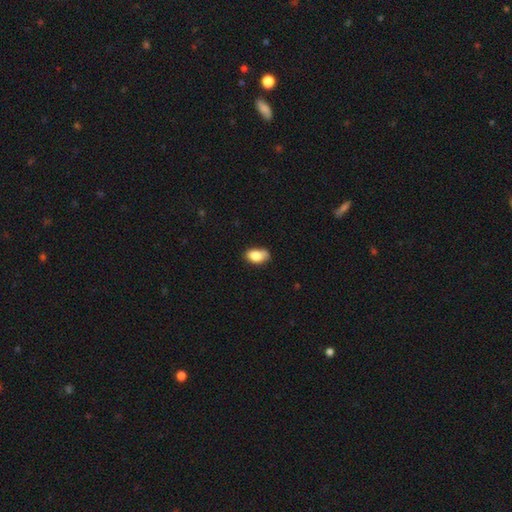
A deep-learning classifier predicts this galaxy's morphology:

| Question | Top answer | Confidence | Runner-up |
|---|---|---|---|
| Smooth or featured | smooth | 81% | featured or disk (11%) |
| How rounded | in between | 89% | round (9%) |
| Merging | none | 57% | minor disturbance (32%) |